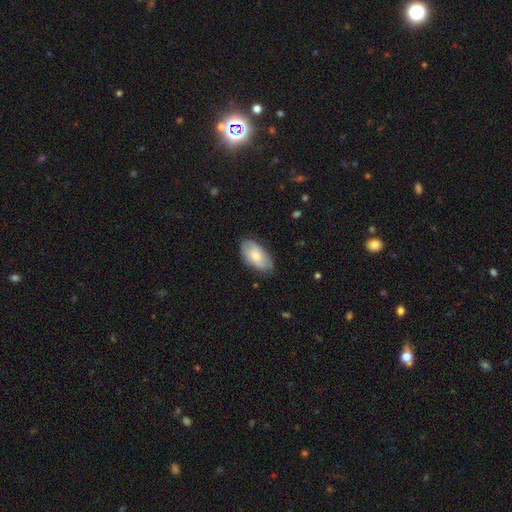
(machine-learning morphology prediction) smooth_or_featured: smooth (p=0.63) [alt: featured or disk p=0.31]
how_rounded: in between (p=0.94) [alt: round p=0.04]
merging: none (p=0.77) [alt: minor disturbance p=0.18]